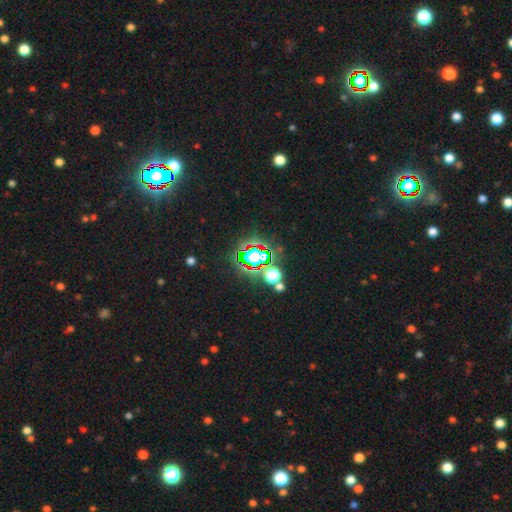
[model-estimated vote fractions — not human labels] Smooth or featured? star or artifact (67%)